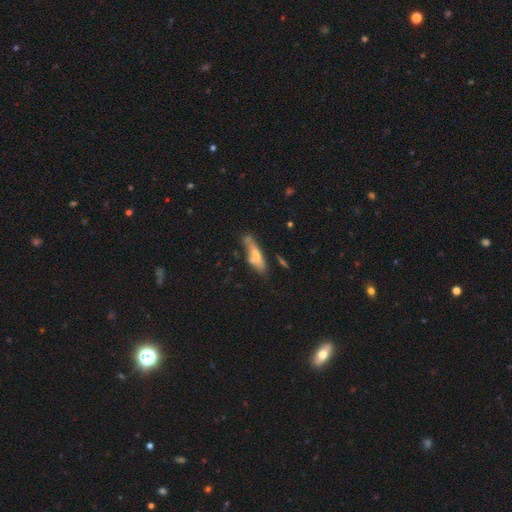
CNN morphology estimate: type=smooth (49%); merging=none (56%).